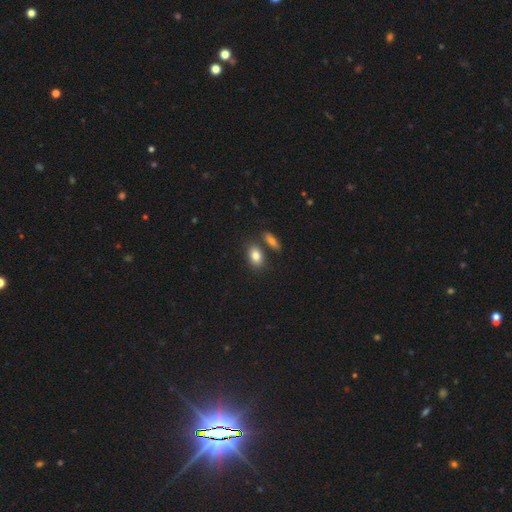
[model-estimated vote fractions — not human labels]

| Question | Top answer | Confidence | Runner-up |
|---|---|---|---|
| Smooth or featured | smooth | 83% | featured or disk (9%) |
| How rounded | in between | 84% | round (13%) |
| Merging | none | 71% | merger (15%) |